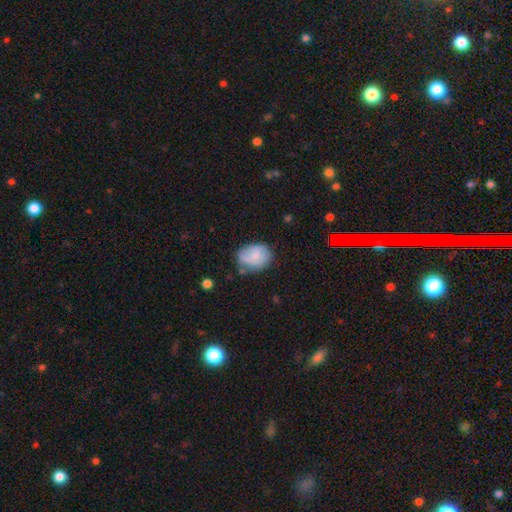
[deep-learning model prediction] This is likely a smooth galaxy (75%). How rounded: likely in between (64%). Merging: possibly none (55%).